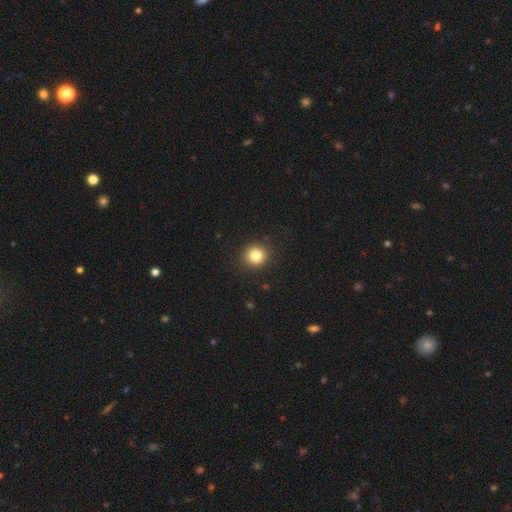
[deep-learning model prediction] Morphology: type=smooth (83%); roundness=round (92%); merging=none (91%).